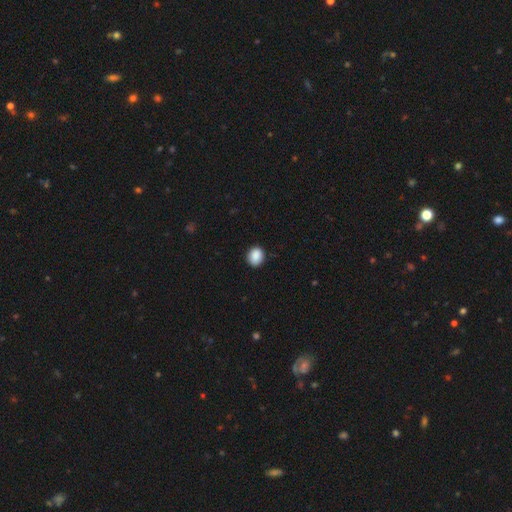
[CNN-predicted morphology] Smooth or featured? smooth (89%)
How rounded? round (59%)
Merging? none (87%)